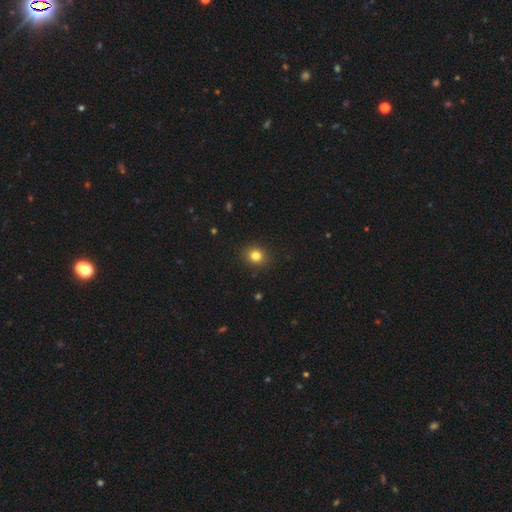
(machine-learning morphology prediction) smooth 81%, star or artifact 12%, featured or disk 6%. Down the decision tree: how rounded — round (75%); merging — none (90%).